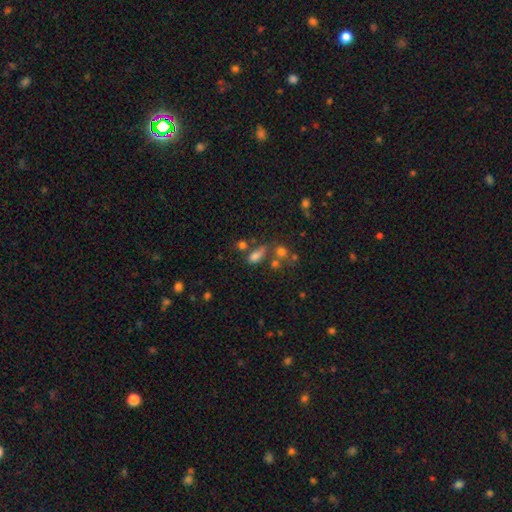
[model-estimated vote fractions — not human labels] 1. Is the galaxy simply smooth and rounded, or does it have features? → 70% smooth, 19% star or artifact, 11% featured or disk.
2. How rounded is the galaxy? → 71% in between, 17% round, 12% cigar-shaped.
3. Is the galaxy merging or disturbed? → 49% none, 24% merger, 16% minor disturbance, 10% major disturbance.